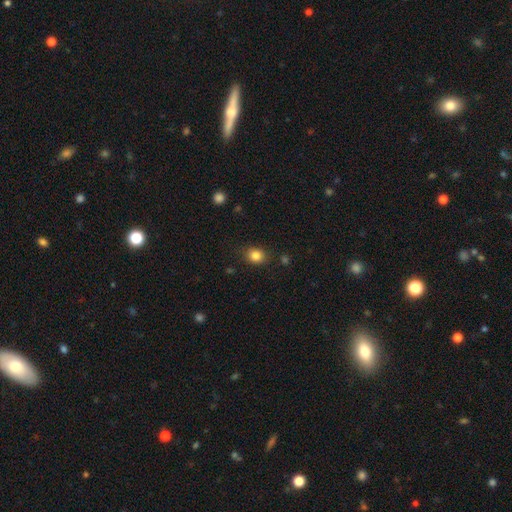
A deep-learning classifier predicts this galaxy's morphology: Smooth or featured? smooth (84%)
How rounded? round (58%)
Merging? none (83%)